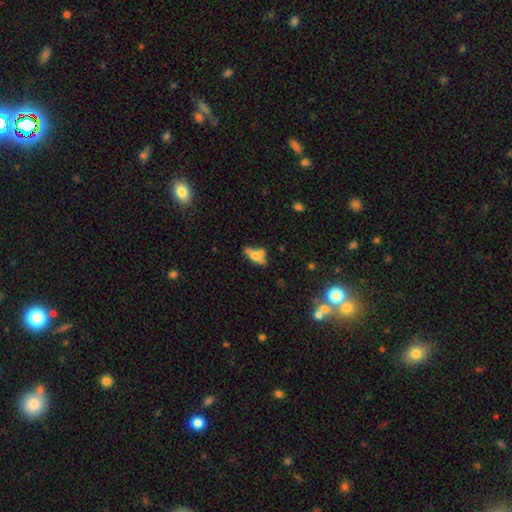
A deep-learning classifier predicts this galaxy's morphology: Smooth or featured? smooth (49%)
Merging? none (36%)